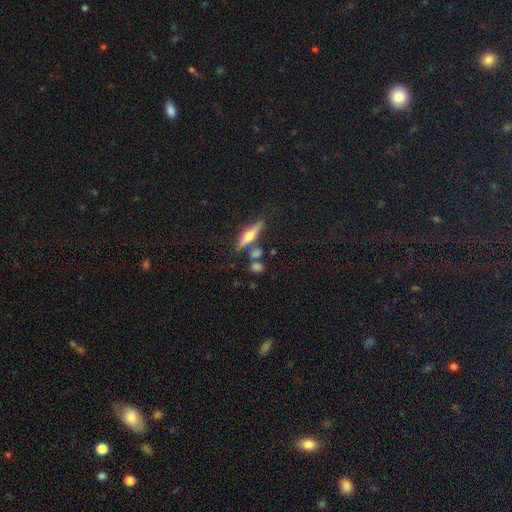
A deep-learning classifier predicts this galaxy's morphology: This appears to be a featured or disk galaxy (61%) viewed edge-on (93%) with a rounded central bulge (94%). Merging: none (75%).